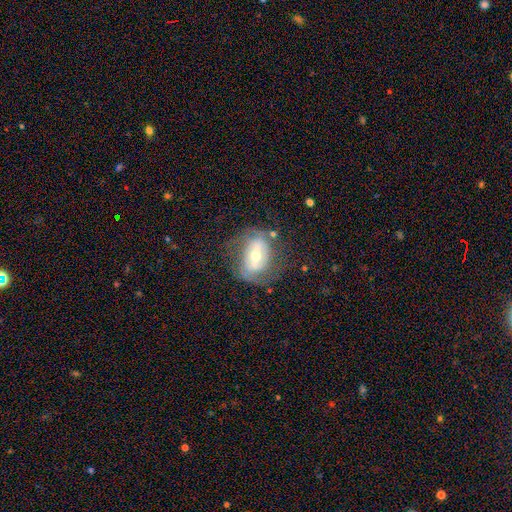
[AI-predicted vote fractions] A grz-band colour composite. It shows a featured or disk galaxy (68%) with a strong bar (40%), spiral arms (63%) and a moderate central bulge (57%). Merging: none (58%).